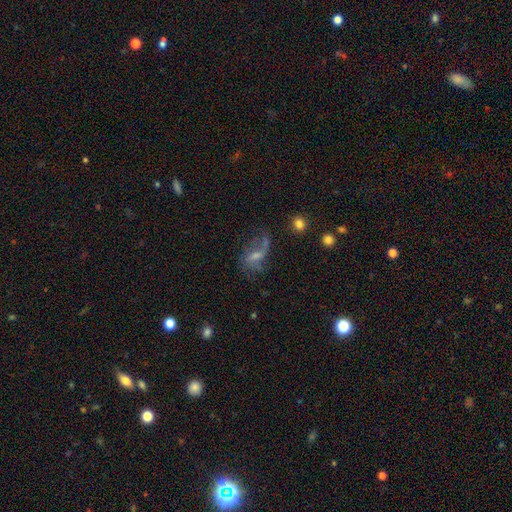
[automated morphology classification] Smooth or featured? Predicted: featured or disk (p=0.64). Edge-on disk? Predicted: no (p=0.94). Bar? Predicted: weak (p=0.47). Spiral arms? Predicted: yes (p=0.80). Bulge size? Predicted: small (p=0.48). Merging? Predicted: none (p=0.48).